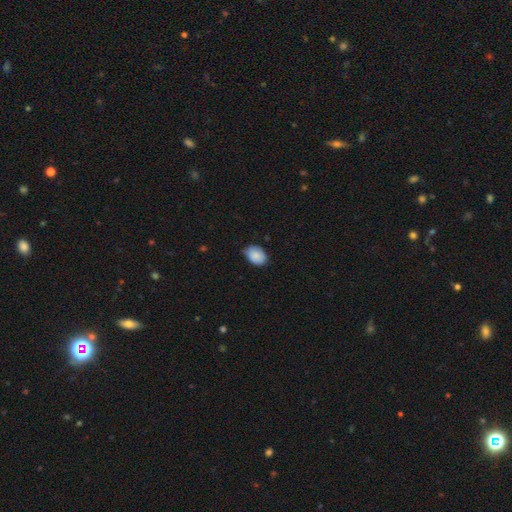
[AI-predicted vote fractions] Smooth or featured? Predicted: smooth (p=0.84). How rounded? Predicted: in between (p=0.75). Merging? Predicted: none (p=0.62).